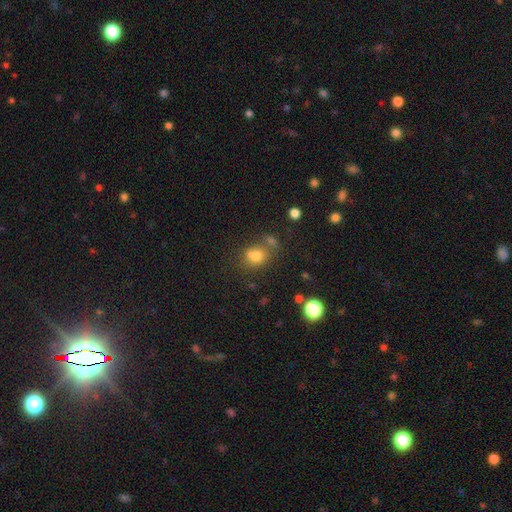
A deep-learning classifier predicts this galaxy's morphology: This is likely a smooth galaxy (75%). How rounded: possibly round (57%). Merging: possibly none (50%).